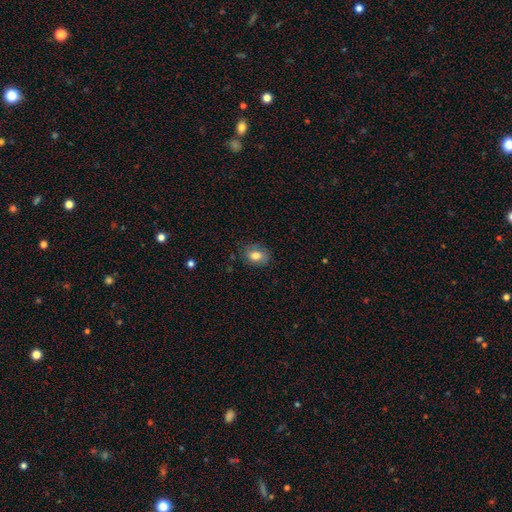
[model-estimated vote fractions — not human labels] This appears to be a smooth galaxy with no disk features (80%) that is in between round and cigar-shaped (64%). Merging: none (76%).